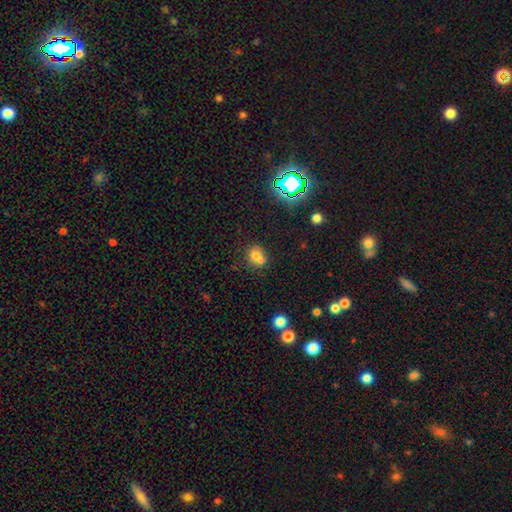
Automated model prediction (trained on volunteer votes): The model was most divided on "merging": merger: 47%, none: 41%, minor disturbance: 9%, major disturbance: 3%. More confident: how rounded — round (76%); smooth or featured — smooth (69%).